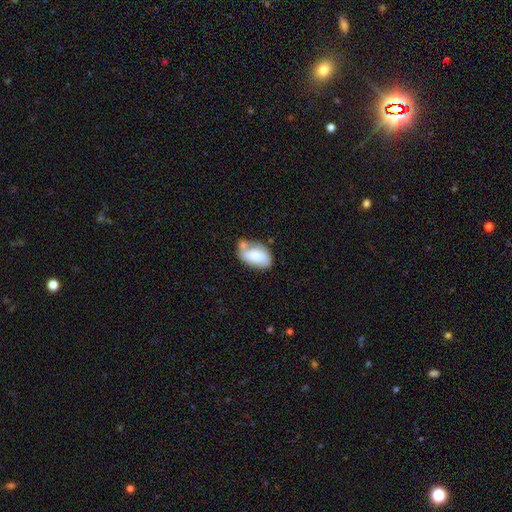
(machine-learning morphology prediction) Q: Smooth or featured?
A: smooth (64%); runner-up: featured or disk (29%)
Q: How rounded?
A: in between (93%); runner-up: round (5%)
Q: Merging?
A: none (38%); runner-up: minor disturbance (27%)